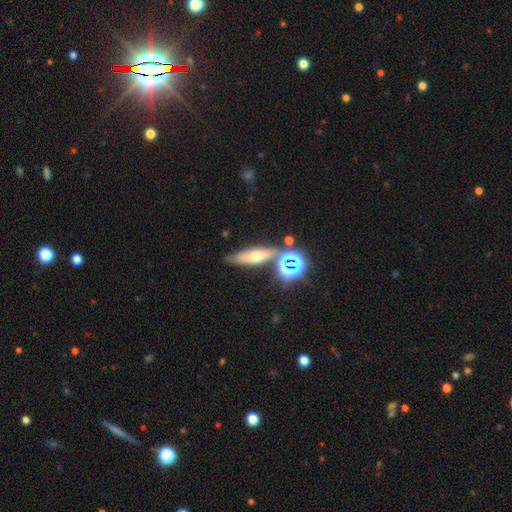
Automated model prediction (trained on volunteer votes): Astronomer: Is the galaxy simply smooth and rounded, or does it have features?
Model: smooth — 44% (runner-up: featured or disk, 33%).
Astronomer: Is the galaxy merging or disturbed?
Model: none — 70%.